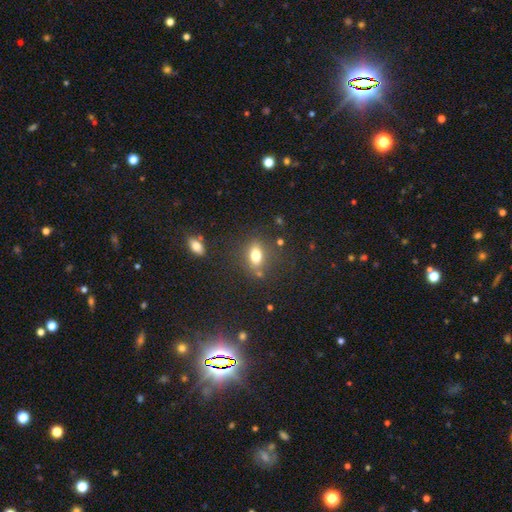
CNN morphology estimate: Overall: smooth (75%). How rounded: in between (75%). Merging: none (76%).